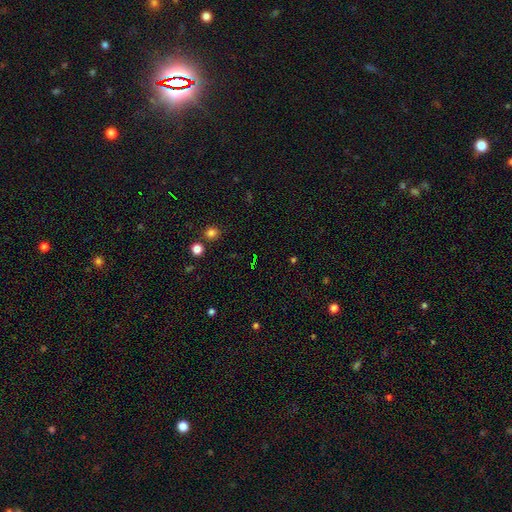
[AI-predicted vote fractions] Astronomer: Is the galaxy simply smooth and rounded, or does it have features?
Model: star or artifact — 63%.